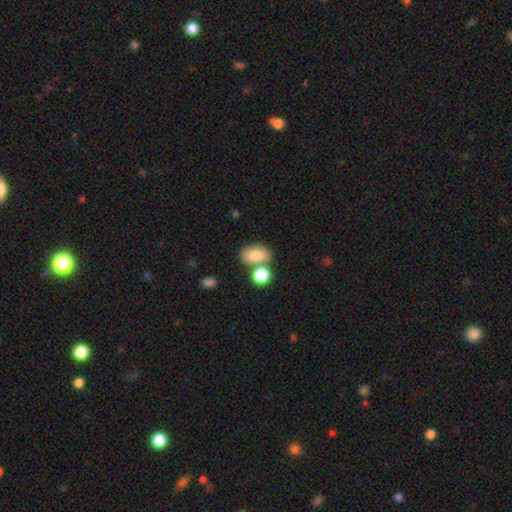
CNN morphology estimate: smooth_or_featured: smooth (p=0.78) [alt: featured or disk p=0.12]
how_rounded: in between (p=0.83) [alt: round p=0.14]
merging: none (p=0.59) [alt: merger p=0.24]